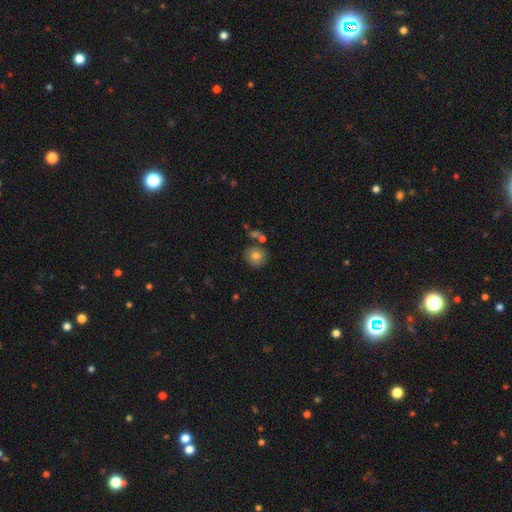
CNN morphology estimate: Smooth or featured? Predicted: smooth (p=0.79). How rounded? Predicted: round (p=0.87). Merging? Predicted: none (p=0.74).